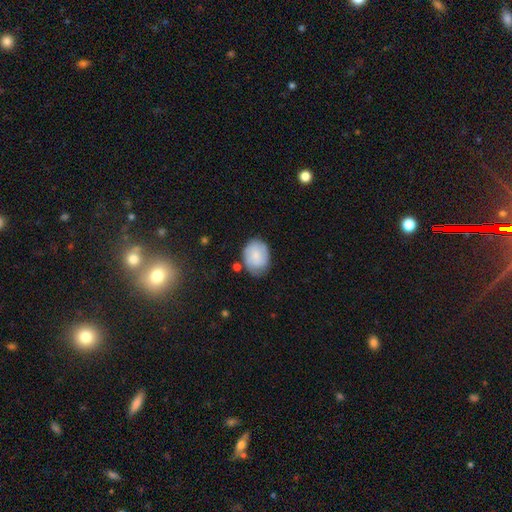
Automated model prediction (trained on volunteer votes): Morphology: type=smooth (71%); roundness=in between (63%); merging=none (62%).